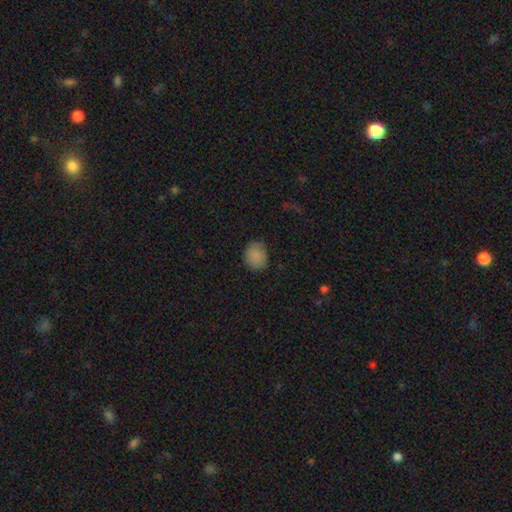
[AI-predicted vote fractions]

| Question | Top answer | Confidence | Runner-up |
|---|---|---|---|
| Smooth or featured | smooth | 86% | star or artifact (9%) |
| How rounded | round | 71% | in between (28%) |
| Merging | none | 79% | minor disturbance (16%) |